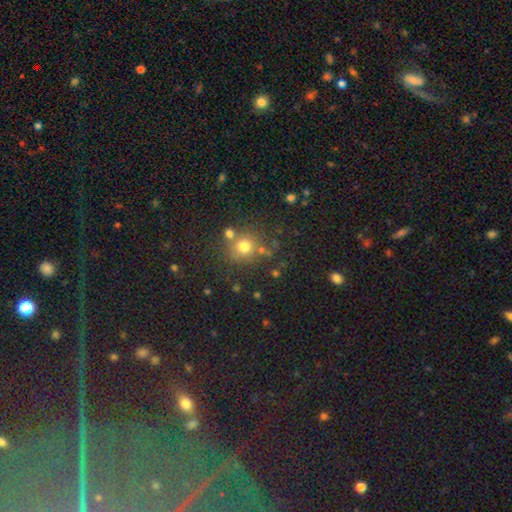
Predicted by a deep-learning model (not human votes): Smooth or featured?
  - smooth: 51% *
  - star or artifact: 40%
  - featured or disk: 9%
How rounded?
  - round: 87% *
  - in between: 12%
  - cigar-shaped: 1%
Merging?
  - none: 71% *
  - merger: 14%
  - minor disturbance: 10%
  - major disturbance: 4%